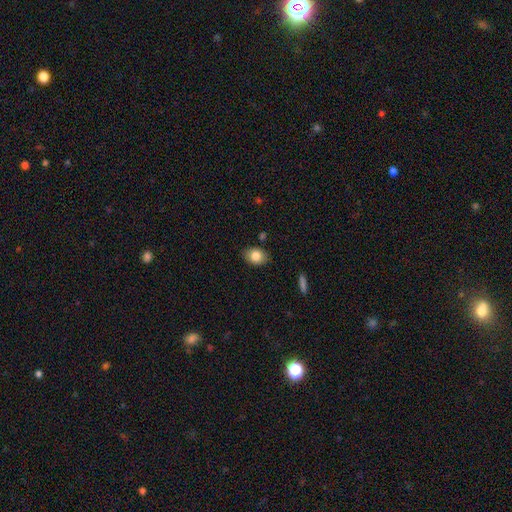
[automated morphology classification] Smooth or featured: smooth — 82% (featured or disk — 10%)
How rounded: in between — 70% (round — 29%)
Merging: none — 85% (minor disturbance — 11%)